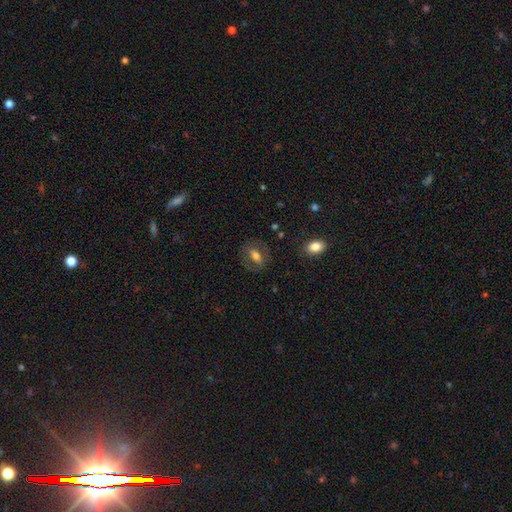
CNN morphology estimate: Smooth or featured? smooth (56%)
How rounded? in between (75%)
Merging? none (76%)